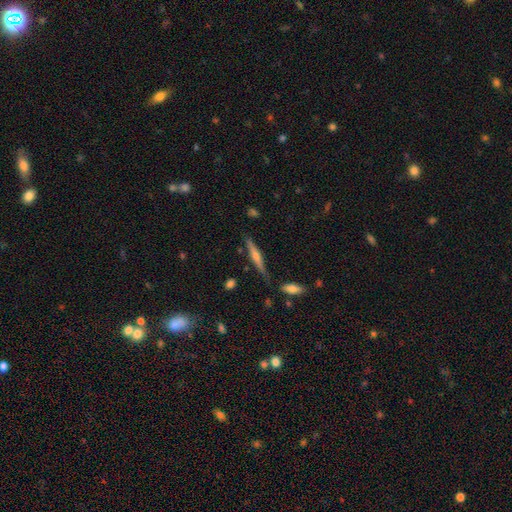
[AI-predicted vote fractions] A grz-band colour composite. It shows a featured or disk galaxy (66%) viewed edge-on (97%) with a rounded central bulge (75%). Merging: none (84%).